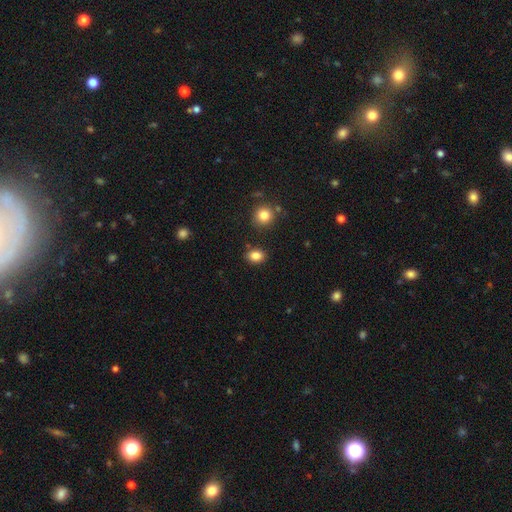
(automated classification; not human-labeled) Smooth or featured? smooth (85%)
How rounded? in between (65%)
Merging? none (84%)